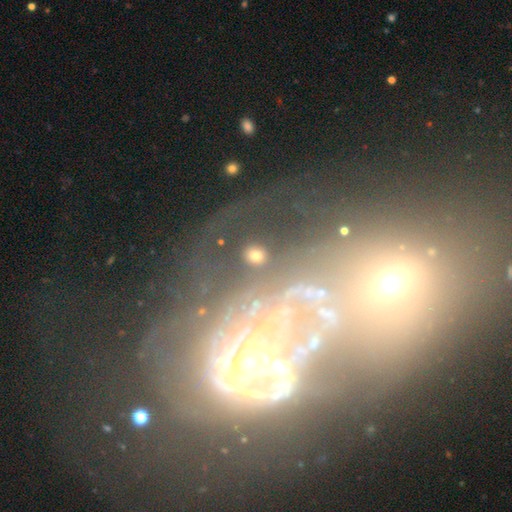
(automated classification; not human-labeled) This appears to be a smooth galaxy with no disk features (60%) that is round (74%). Merging: none (77%).